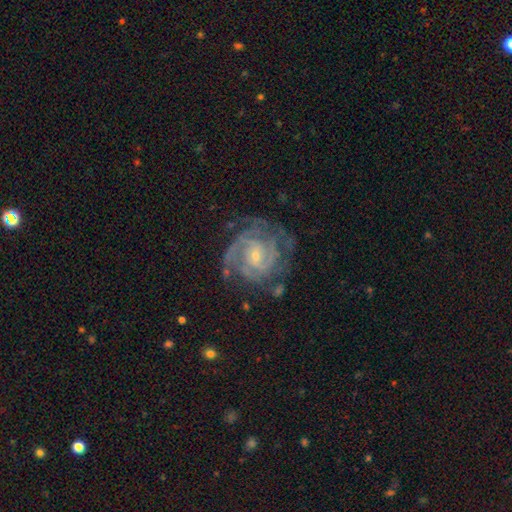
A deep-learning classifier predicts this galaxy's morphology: Smooth or featured?
  - featured or disk: 89% *
  - star or artifact: 6%
  - smooth: 5%
Edge-on disk?
  - no: 98% *
  - yes: 2%
Bar?
  - no: 50% *
  - weak: 38%
  - strong: 11%
Spiral arms?
  - yes: 97% *
  - no: 3%
Spiral winding?
  - tight: 67% *
  - medium: 28%
  - loose: 5%
Spiral arm count?
  - 2: 30% *
  - 3: 25%
  - can't tell: 20%
  - 4: 13%
  - more than 4: 6%
  - 1: 6%
Bulge size?
  - small: 75% *
  - moderate: 22%
  - none: 2%
  - large: 1%
  - dominant: 1%
Merging?
  - none: 69% *
  - minor disturbance: 19%
  - major disturbance: 10%
  - merger: 2%